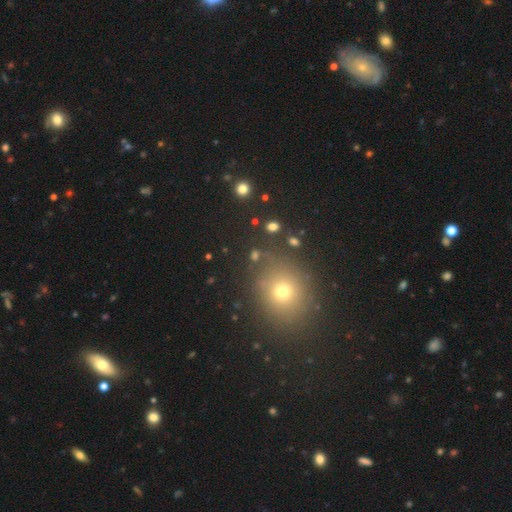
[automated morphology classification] Smooth or featured: smooth — 63% (star or artifact — 28%)
How rounded: round — 68% (in between — 31%)
Merging: none — 82% (minor disturbance — 10%)